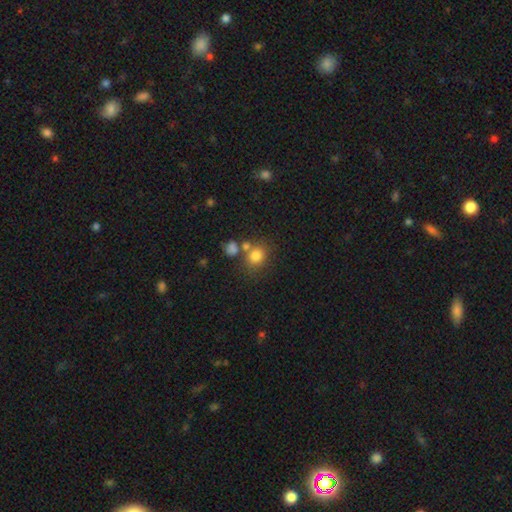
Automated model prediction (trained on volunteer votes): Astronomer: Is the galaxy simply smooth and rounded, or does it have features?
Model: smooth — 80%.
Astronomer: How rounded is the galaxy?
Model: round — 73%.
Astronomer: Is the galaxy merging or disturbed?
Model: none — 62%.